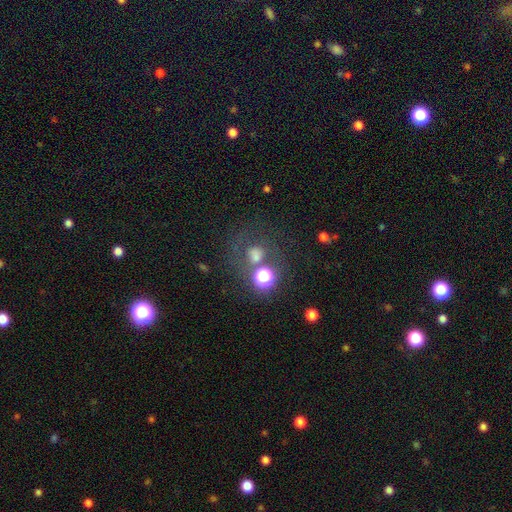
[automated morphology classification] smooth_or_featured: smooth (p=0.56) [alt: star or artifact p=0.31]
how_rounded: round (p=0.80) [alt: in between p=0.19]
merging: none (p=0.52) [alt: merger p=0.20]